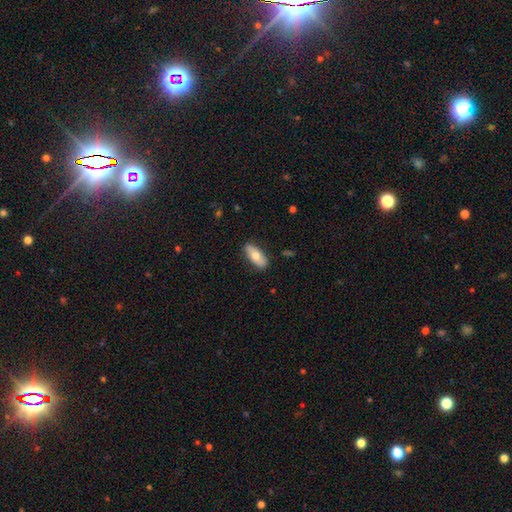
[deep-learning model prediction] Morphology: type=smooth (69%); roundness=in between (83%); merging=none (84%).